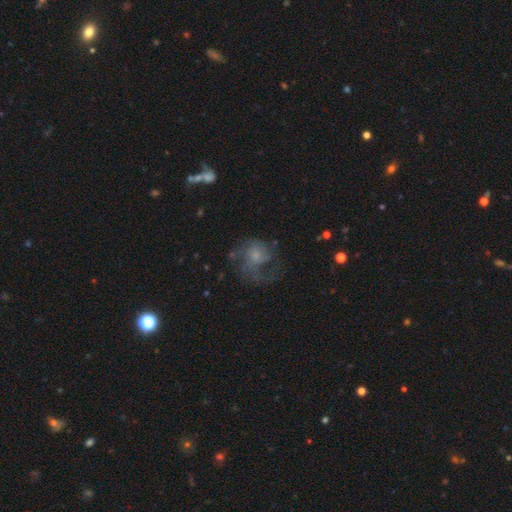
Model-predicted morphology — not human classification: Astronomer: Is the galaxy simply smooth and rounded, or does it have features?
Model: featured or disk — 55% (runner-up: smooth, 33%).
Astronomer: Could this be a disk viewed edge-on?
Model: no — 98%.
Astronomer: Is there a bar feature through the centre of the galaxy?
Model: no — 80%.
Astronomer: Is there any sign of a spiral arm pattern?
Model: yes — 69%.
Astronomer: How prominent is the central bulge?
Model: small — 52%.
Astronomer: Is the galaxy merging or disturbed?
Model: major disturbance — 45% (runner-up: none, 35%).